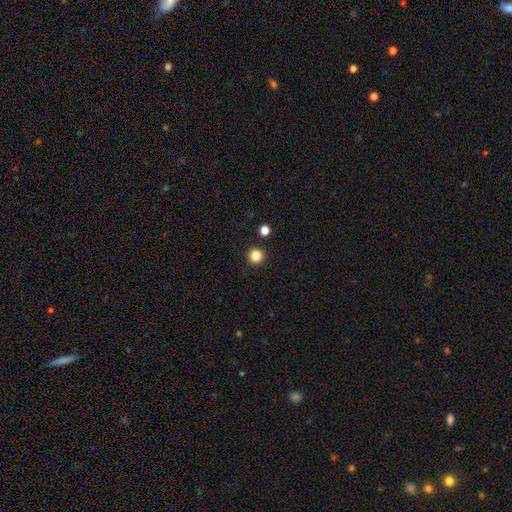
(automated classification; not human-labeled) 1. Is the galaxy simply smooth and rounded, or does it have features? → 84% smooth, 12% star or artifact, 4% featured or disk.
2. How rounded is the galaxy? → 96% round, 3% in between, 1% cigar-shaped.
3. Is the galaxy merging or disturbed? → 92% none, 4% minor disturbance, 2% merger, 2% major disturbance.